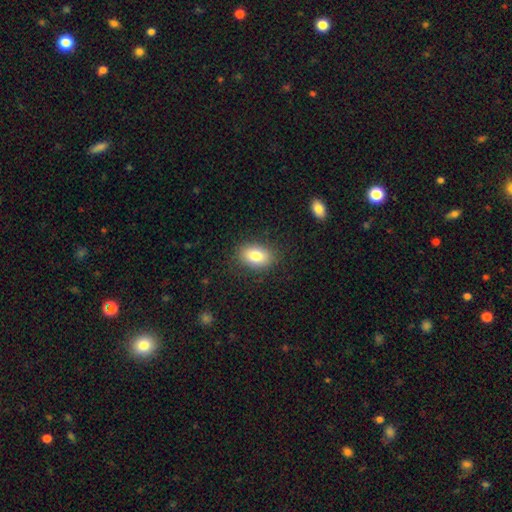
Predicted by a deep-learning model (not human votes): This appears to be a smooth galaxy with no disk features (82%) that is in between round and cigar-shaped (86%). Merging: none (85%).